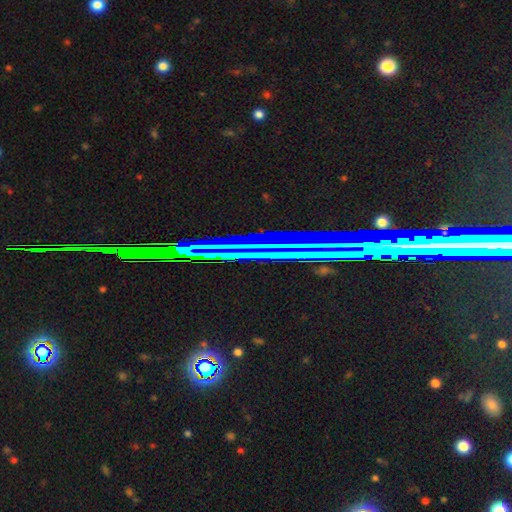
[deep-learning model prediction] Morphology: type=star or artifact (72%).